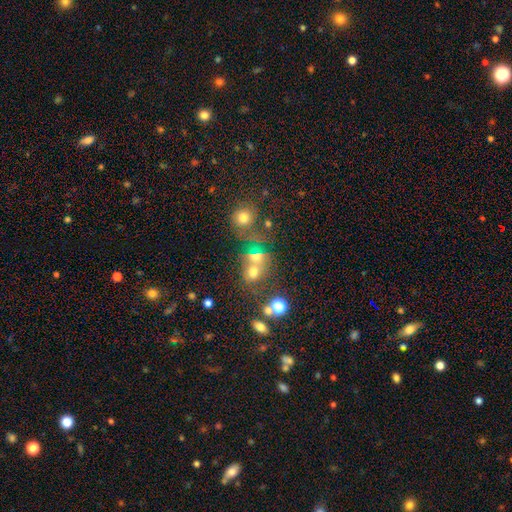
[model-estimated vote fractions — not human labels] Smooth or featured? smooth (60%)
How rounded? round (66%)
Merging? merger (48%)